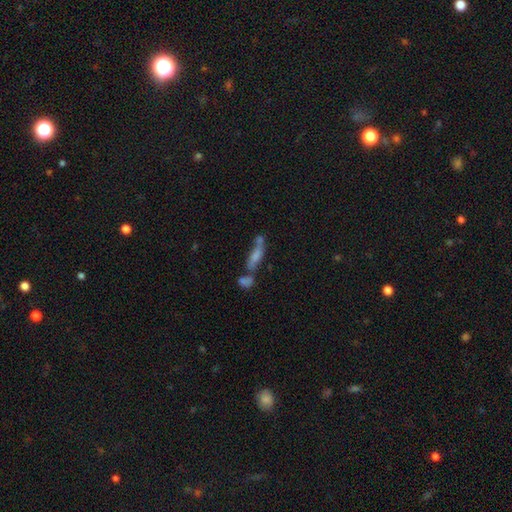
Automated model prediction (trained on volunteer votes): Smooth or featured? Predicted: featured or disk (p=0.43). Merging? Predicted: none (p=0.46).